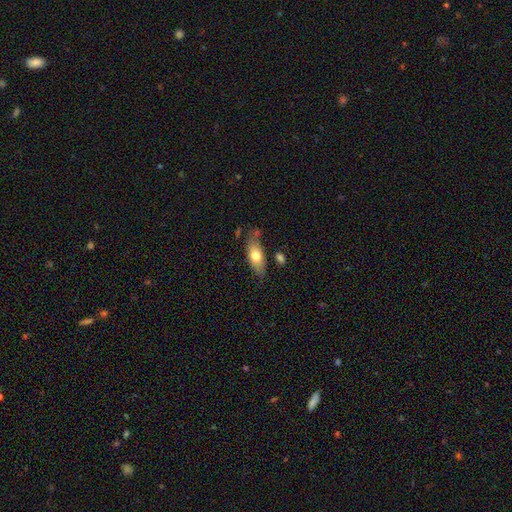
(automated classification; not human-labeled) Smooth or featured? smooth (67%)
How rounded? in between (80%)
Merging? none (68%)